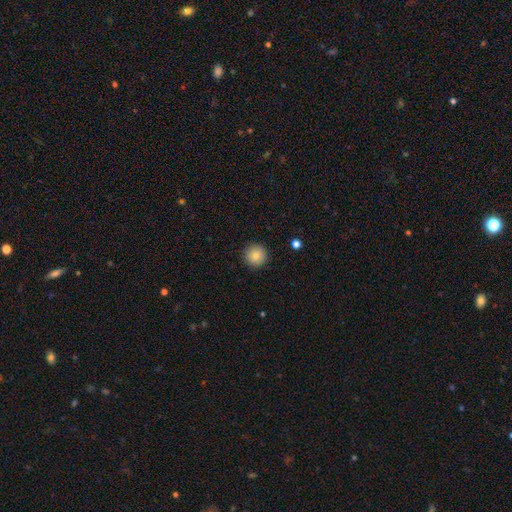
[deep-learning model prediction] smooth 82%, star or artifact 9%, featured or disk 8%. Down the decision tree: how rounded — round (96%); merging — none (92%).